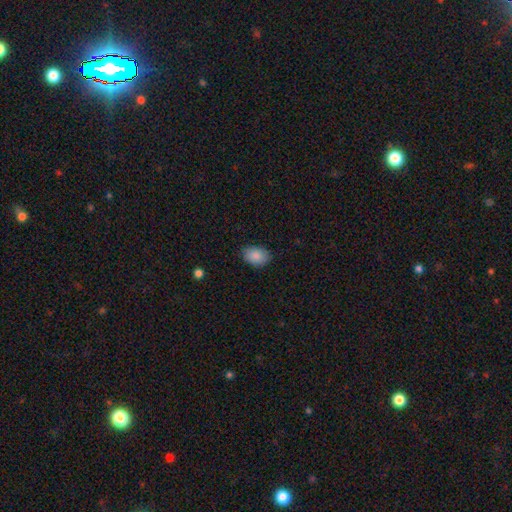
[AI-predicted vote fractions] smooth 88%, star or artifact 7%, featured or disk 5%. Down the decision tree: how rounded — in between (82%); merging — none (84%).